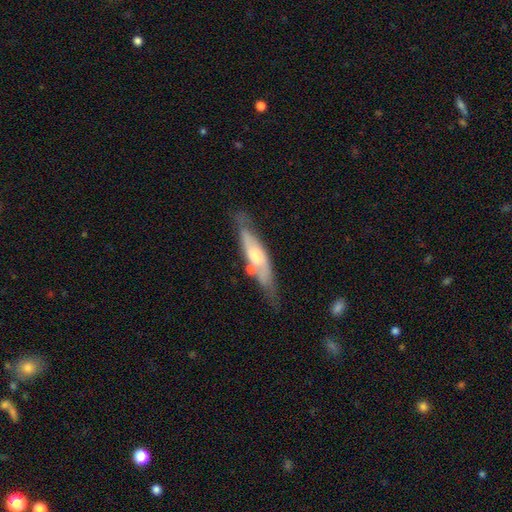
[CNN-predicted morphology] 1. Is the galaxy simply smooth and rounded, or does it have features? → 57% featured or disk, 37% smooth, 6% star or artifact.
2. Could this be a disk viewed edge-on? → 52% yes, 48% no.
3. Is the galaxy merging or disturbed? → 58% none, 24% minor disturbance, 10% merger, 8% major disturbance.